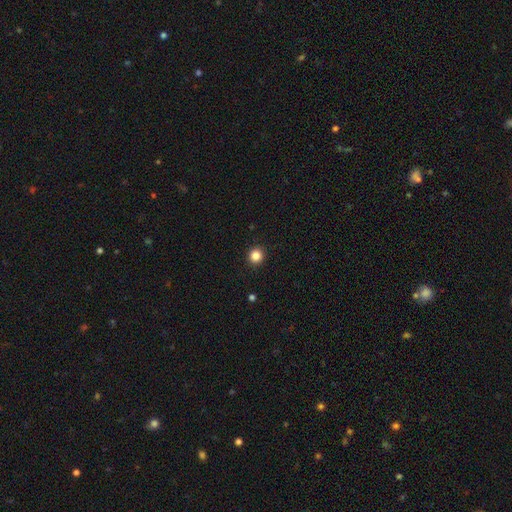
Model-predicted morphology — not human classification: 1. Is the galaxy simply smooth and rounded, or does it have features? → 85% smooth, 12% star or artifact, 4% featured or disk.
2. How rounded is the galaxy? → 94% round, 6% in between, 1% cigar-shaped.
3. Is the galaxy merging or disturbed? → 93% none, 4% minor disturbance, 1% major disturbance, 1% merger.